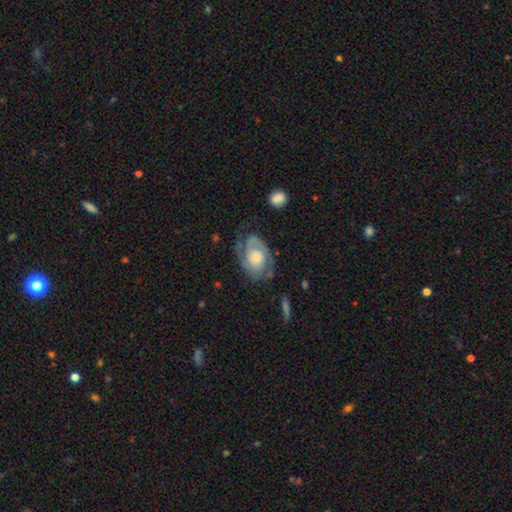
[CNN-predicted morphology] This is likely a featured or disk galaxy (75%). It is clearly not viewed edge-on (97%). Bar: likely no (76%). Spiral arm pattern: clearly yes (87%). Spiral arm count: likely 2 (65%). Spiral winding: possibly tight (55%). Central bulge: marginally large (41%). Merging: likely none (64%).